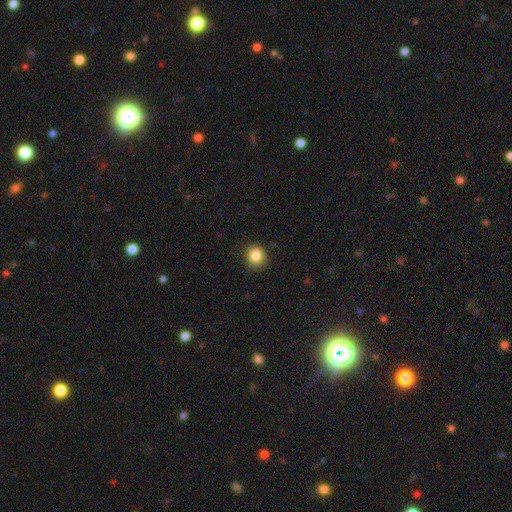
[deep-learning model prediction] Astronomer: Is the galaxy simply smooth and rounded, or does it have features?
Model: smooth — 85%.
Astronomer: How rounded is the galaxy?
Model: round — 85%.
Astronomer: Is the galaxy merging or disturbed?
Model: none — 87%.